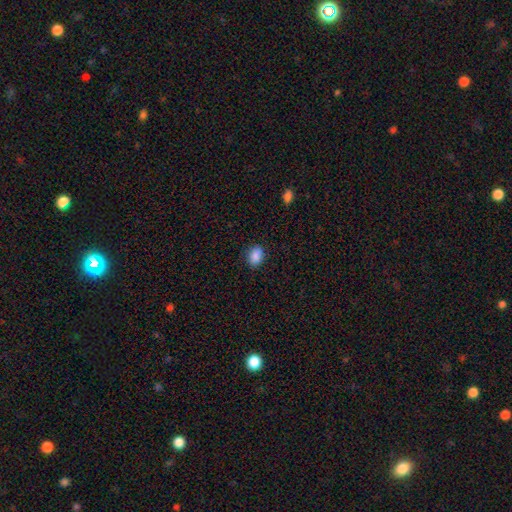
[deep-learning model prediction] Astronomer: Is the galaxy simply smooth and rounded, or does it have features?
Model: smooth — 89%.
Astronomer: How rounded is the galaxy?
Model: in between — 81%.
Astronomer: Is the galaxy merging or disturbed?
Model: none — 85%.